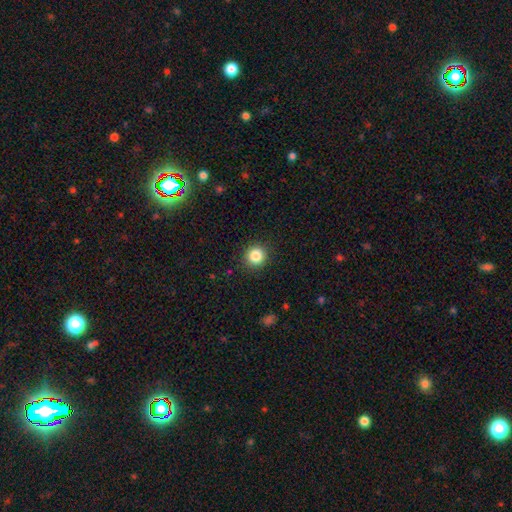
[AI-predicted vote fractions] Q: Smooth or featured?
A: smooth (85%); runner-up: star or artifact (11%)
Q: How rounded?
A: round (93%); runner-up: in between (6%)
Q: Merging?
A: none (90%); runner-up: minor disturbance (6%)